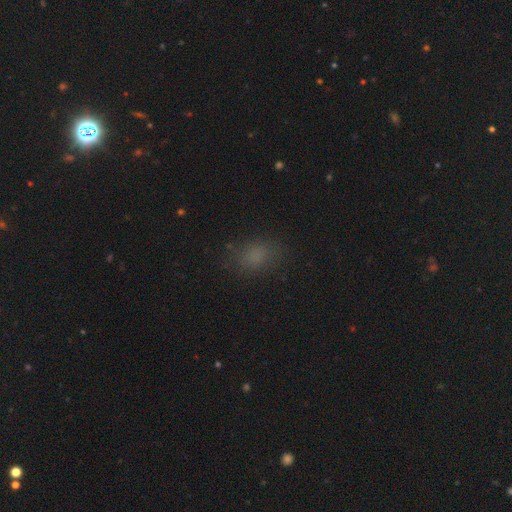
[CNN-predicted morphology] This is likely a smooth galaxy (76%). How rounded: likely in between (72%). Merging: likely none (76%).